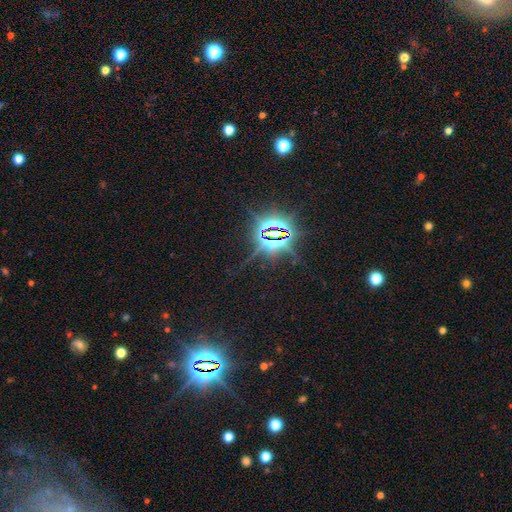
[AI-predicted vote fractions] Overall: star or artifact (77%).